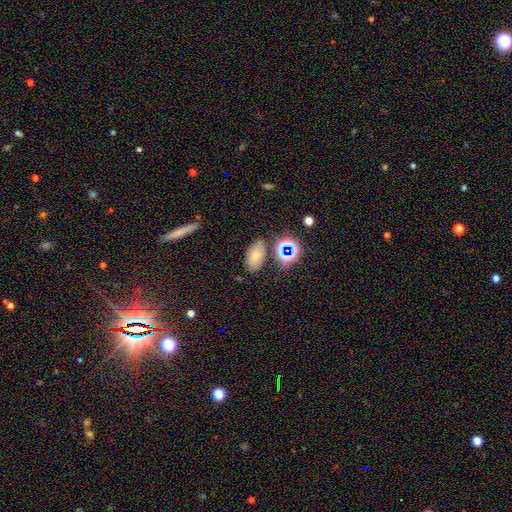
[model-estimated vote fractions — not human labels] A smooth galaxy with no disk features (68%) that is in between round and cigar-shaped (90%).

Vote fractions:
- Smooth or featured? smooth: 68% / star or artifact: 18% / featured or disk: 14%
- How rounded? in between: 90% / round: 8% / cigar-shaped: 2%
- Merging? none: 73% / minor disturbance: 14% / merger: 7% / major disturbance: 5%